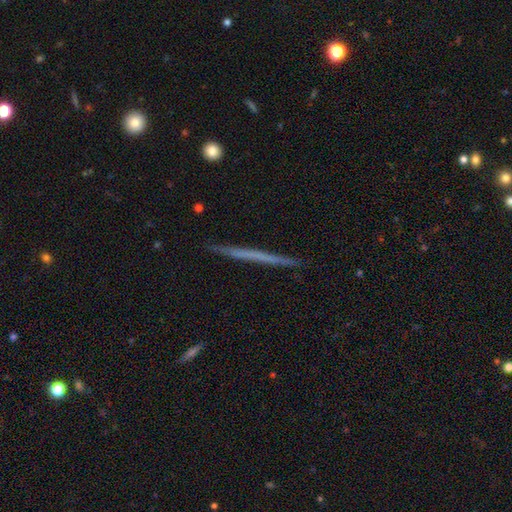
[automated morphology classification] The model was most divided on "smooth or featured": featured or disk: 53%, smooth: 41%, star or artifact: 6%. More confident: edge-on disk — yes (98%); edge-on bulge — none (93%); merging — none (92%).